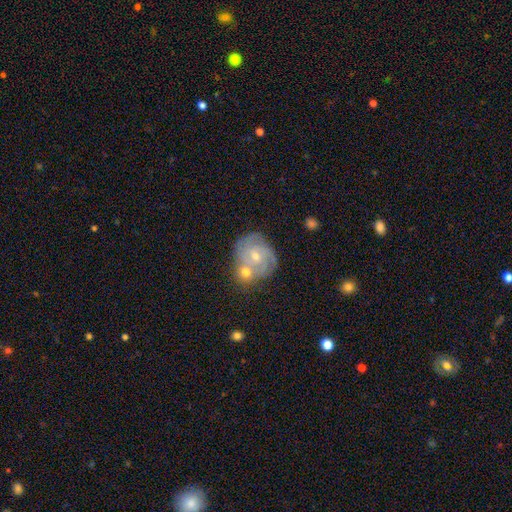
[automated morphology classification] Smooth or featured?
  - featured or disk: 68% *
  - smooth: 24%
  - star or artifact: 8%
Edge-on disk?
  - no: 97% *
  - yes: 3%
Bar?
  - no: 59% *
  - weak: 36%
  - strong: 5%
Spiral arms?
  - yes: 88% *
  - no: 12%
Spiral winding?
  - tight: 62% *
  - medium: 31%
  - loose: 7%
Spiral arm count?
  - can't tell: 32% *
  - 3: 29%
  - 4: 15%
  - 2: 14%
  - more than 4: 5%
  - 1: 5%
Bulge size?
  - small: 51% *
  - moderate: 44%
  - large: 2%
  - none: 2%
  - dominant: 1%
Merging?
  - none: 44% *
  - merger: 40%
  - minor disturbance: 12%
  - major disturbance: 5%